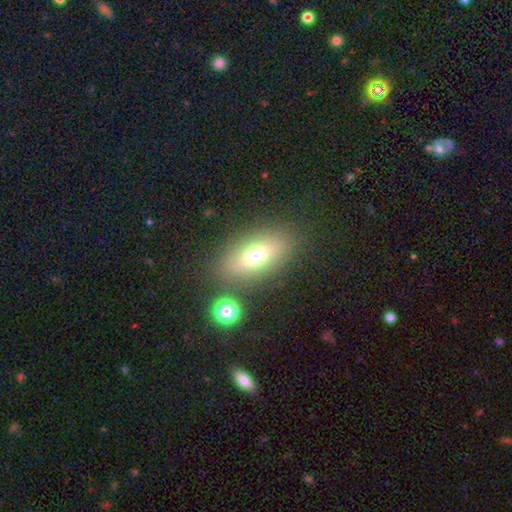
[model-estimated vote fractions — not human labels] A smooth galaxy with no disk features (68%) that is in between round and cigar-shaped (81%). Merging: none (81%).